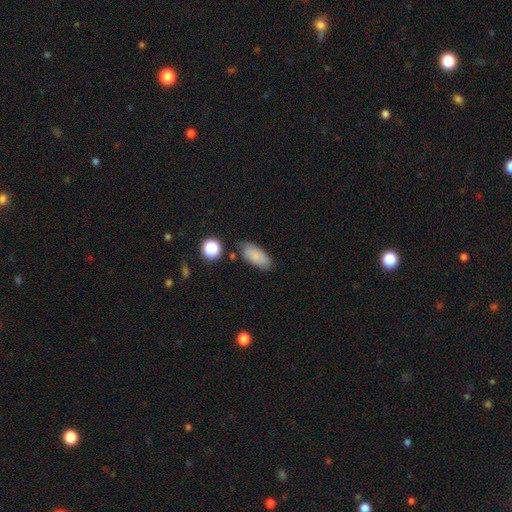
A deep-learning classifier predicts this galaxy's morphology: Q: Smooth or featured?
A: smooth (84%); runner-up: featured or disk (8%)
Q: How rounded?
A: in between (85%); runner-up: cigar-shaped (12%)
Q: Merging?
A: none (78%); runner-up: minor disturbance (15%)